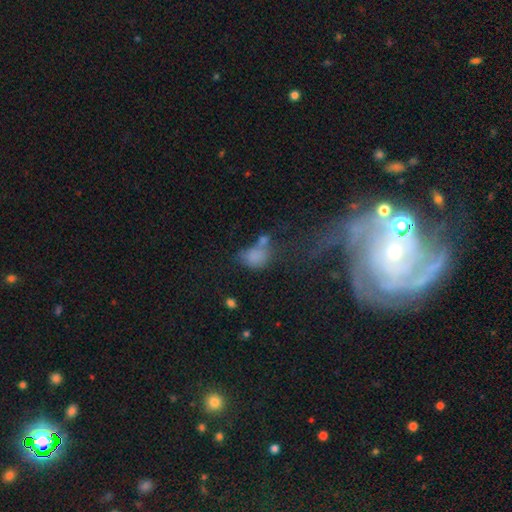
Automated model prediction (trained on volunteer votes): Morphology: type=smooth (69%); roundness=in between (70%); merging=merger (34%).